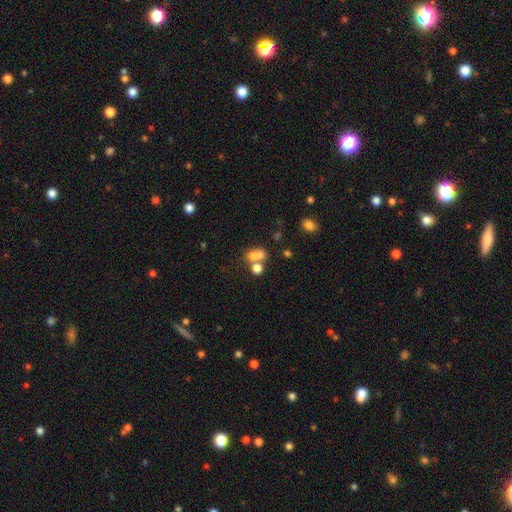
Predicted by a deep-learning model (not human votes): Morphology: type=smooth (67%); roundness=in between (51%); merging=merger (55%).